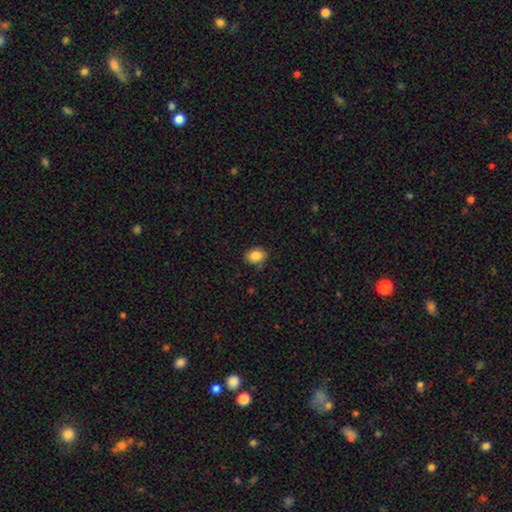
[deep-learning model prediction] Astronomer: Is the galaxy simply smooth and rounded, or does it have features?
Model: smooth — 85%.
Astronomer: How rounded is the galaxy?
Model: in between — 57% (runner-up: round, 42%).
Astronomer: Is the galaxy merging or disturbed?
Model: none — 77%.